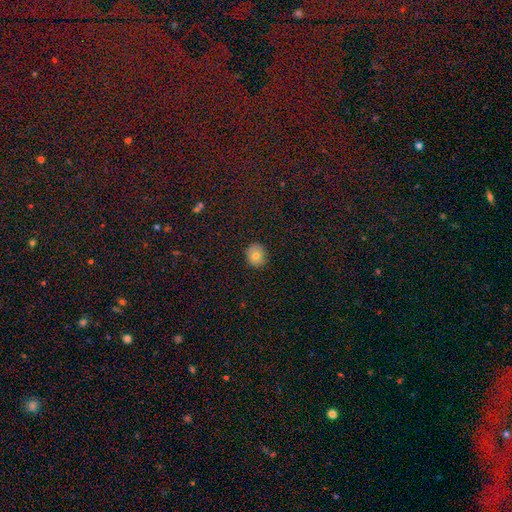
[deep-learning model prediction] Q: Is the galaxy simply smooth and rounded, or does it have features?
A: smooth — 77%.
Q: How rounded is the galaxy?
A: round — 82%.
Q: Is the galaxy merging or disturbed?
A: none — 86%.